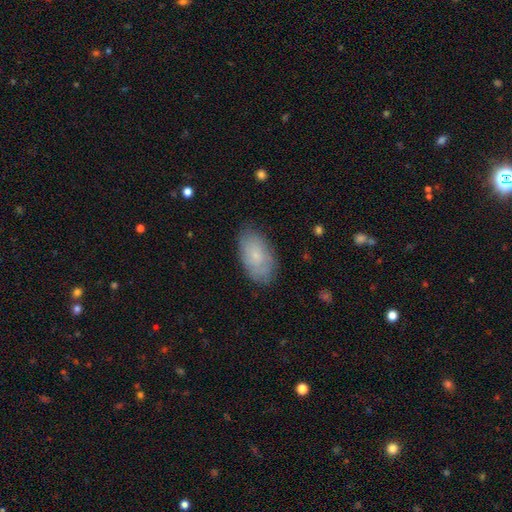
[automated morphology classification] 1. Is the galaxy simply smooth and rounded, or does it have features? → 67% smooth, 26% featured or disk, 7% star or artifact.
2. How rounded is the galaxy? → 94% in between, 4% round, 2% cigar-shaped.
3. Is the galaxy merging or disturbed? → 78% none, 17% minor disturbance, 4% major disturbance, 1% merger.